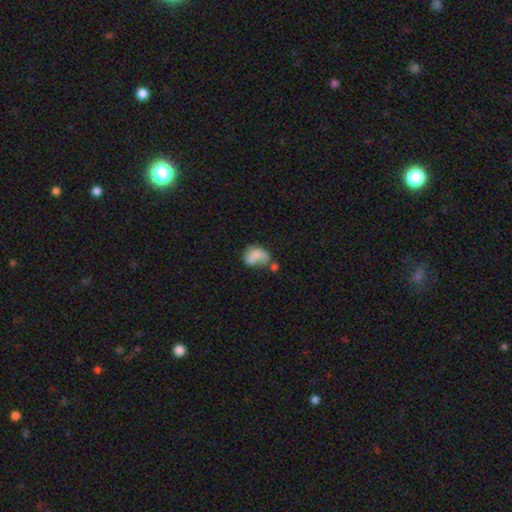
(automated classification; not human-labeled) This appears to be a smooth galaxy with no disk features (64%) that is in between round and cigar-shaped (76%). Merging: major disturbance (27%).